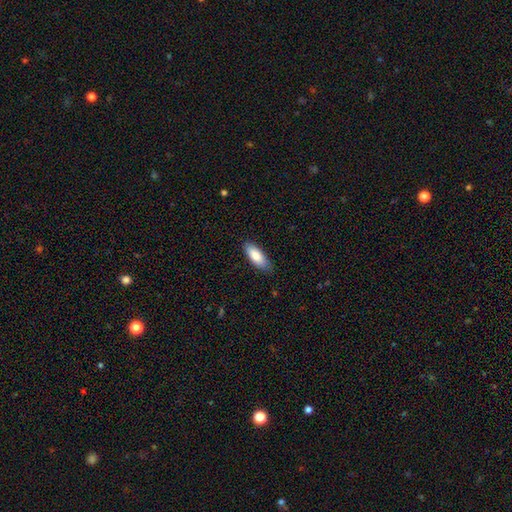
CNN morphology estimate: Smooth or featured? smooth (84%)
How rounded? in between (74%)
Merging? none (82%)